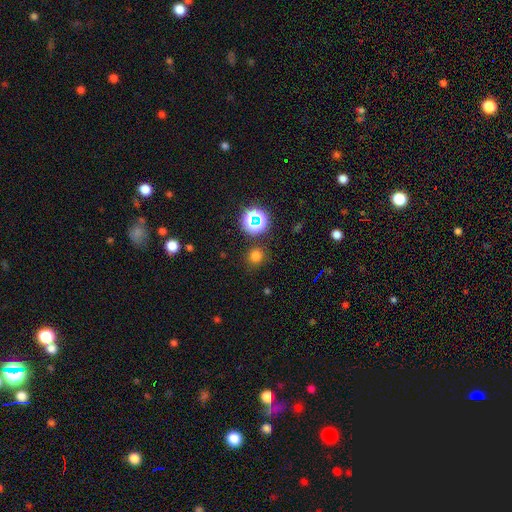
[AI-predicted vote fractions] A smooth galaxy with no disk features (70%) that is round (92%). Merging: none (86%).